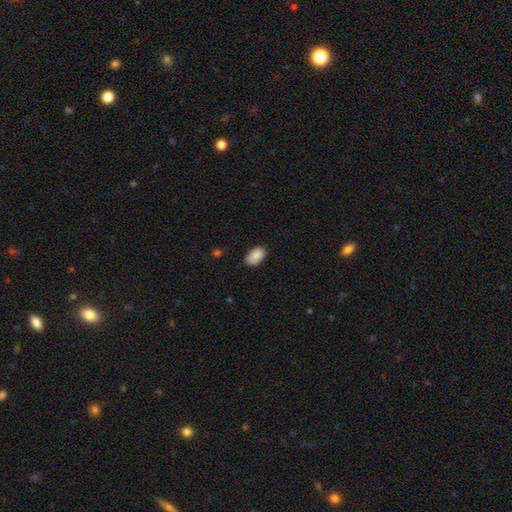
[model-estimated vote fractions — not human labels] Smooth or featured: smooth — 89% (star or artifact — 7%)
How rounded: in between — 93% (round — 6%)
Merging: none — 82% (minor disturbance — 15%)